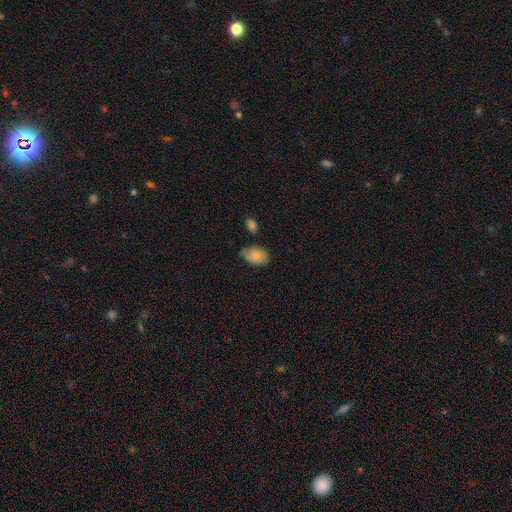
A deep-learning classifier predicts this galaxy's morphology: Overall: smooth (77%). How rounded: in between (86%). Merging: none (47%; minor disturbance 37%).